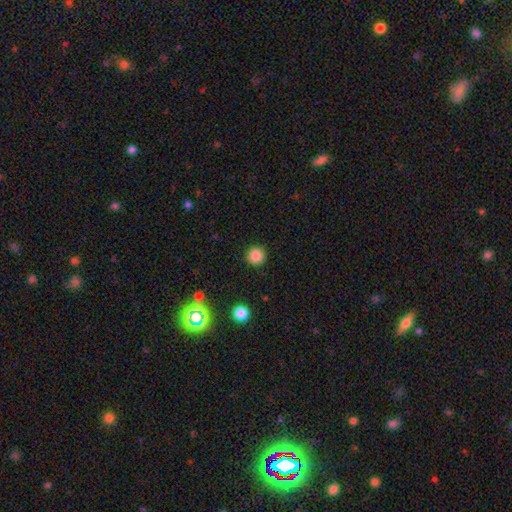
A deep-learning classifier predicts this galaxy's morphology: type=smooth (86%); roundness=round (95%); merging=none (91%).